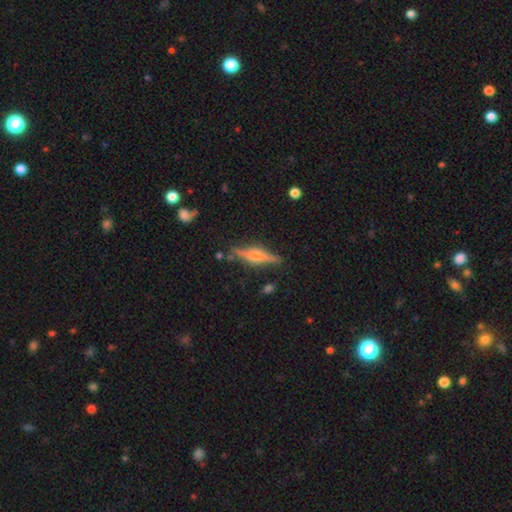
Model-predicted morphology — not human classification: This is likely a featured or disk galaxy (65%). It is clearly viewed edge-on (95%). Edge-on bulge: likely rounded (73%). Merging: clearly none (82%).